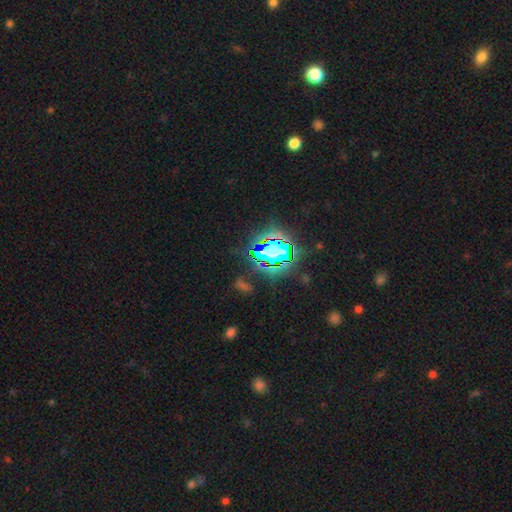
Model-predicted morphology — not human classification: The model was most divided on "smooth or featured": star or artifact: 76%, smooth: 15%, featured or disk: 10%.